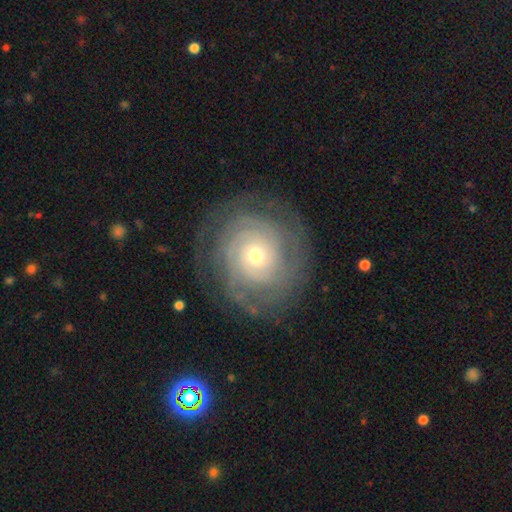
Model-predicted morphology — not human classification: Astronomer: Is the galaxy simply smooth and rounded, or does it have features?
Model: featured or disk — 83%.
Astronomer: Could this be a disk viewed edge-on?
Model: no — 97%.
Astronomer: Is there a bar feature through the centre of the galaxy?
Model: no — 79%.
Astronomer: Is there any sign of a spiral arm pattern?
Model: yes — 95%.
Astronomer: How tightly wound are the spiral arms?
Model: tight — 82%.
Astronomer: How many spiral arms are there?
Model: can't tell — 34% (runner-up: 3, 18%).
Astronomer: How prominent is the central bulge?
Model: small — 55% (runner-up: moderate, 41%).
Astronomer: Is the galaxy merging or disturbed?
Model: none — 81%.